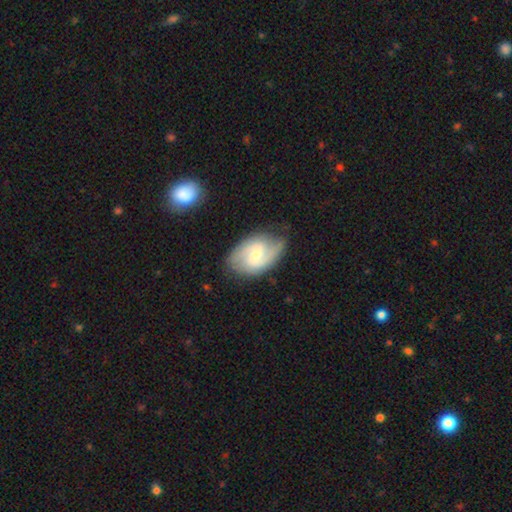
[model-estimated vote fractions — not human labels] Q: Smooth or featured?
A: featured or disk (77%); runner-up: smooth (18%)
Q: Edge-on disk?
A: no (97%); runner-up: yes (3%)
Q: Bar?
A: weak (57%); runner-up: no (30%)
Q: Spiral arms?
A: yes (95%); runner-up: no (5%)
Q: Spiral winding?
A: medium (51%); runner-up: tight (28%)
Q: Spiral arm count?
A: 2 (81%); runner-up: can't tell (9%)
Q: Bulge size?
A: small (54%); runner-up: moderate (39%)
Q: Merging?
A: none (72%); runner-up: minor disturbance (20%)